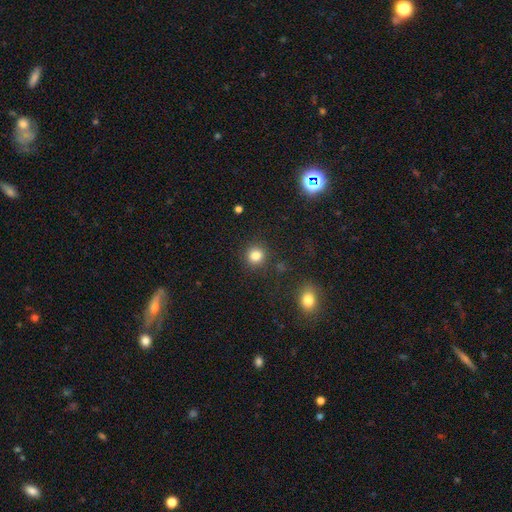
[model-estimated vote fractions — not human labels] Q: Smooth or featured?
A: smooth (82%); runner-up: star or artifact (13%)
Q: How rounded?
A: round (90%); runner-up: in between (9%)
Q: Merging?
A: none (88%); runner-up: minor disturbance (7%)